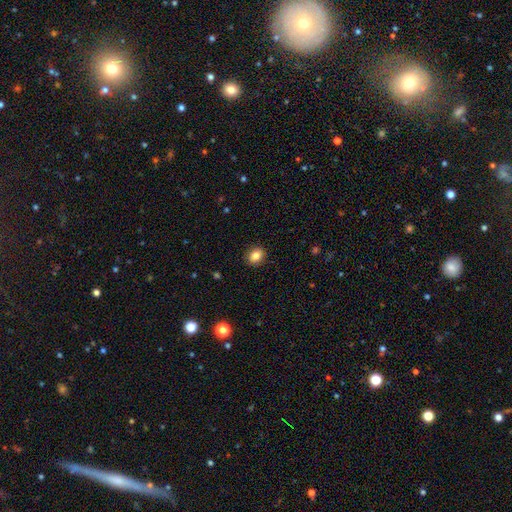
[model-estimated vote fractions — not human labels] A smooth galaxy with no disk features (85%) that is round (54%).

Vote fractions:
- Smooth or featured? smooth: 85% / star or artifact: 10% / featured or disk: 6%
- How rounded? round: 54% / in between: 45% / cigar-shaped: 1%
- Merging? none: 90% / minor disturbance: 7% / major disturbance: 2% / merger: 1%